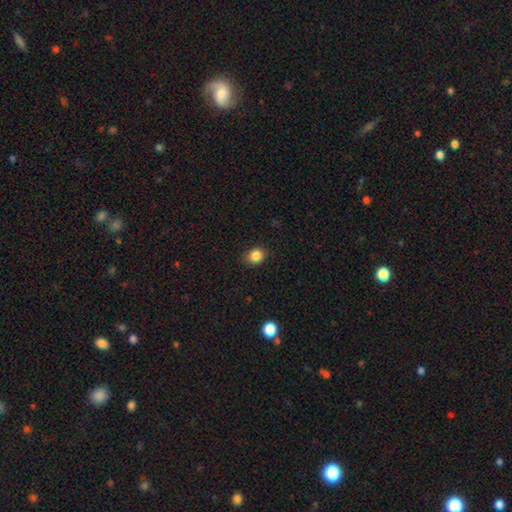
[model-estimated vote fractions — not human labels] A smooth galaxy with no disk features (85%) that is round (64%). Merging: none (87%).